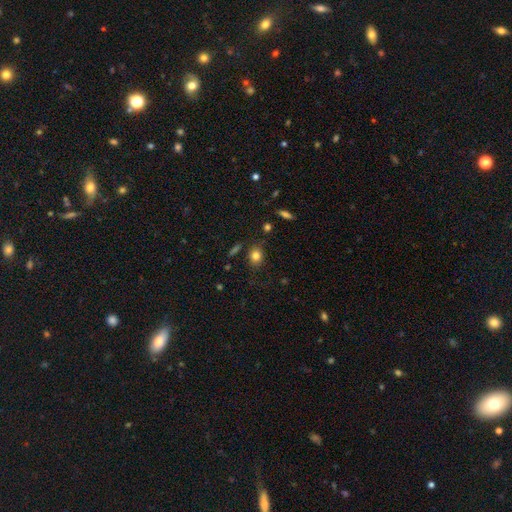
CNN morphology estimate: A smooth galaxy with no disk features (81%) that is round (54%). Merging: none (80%).